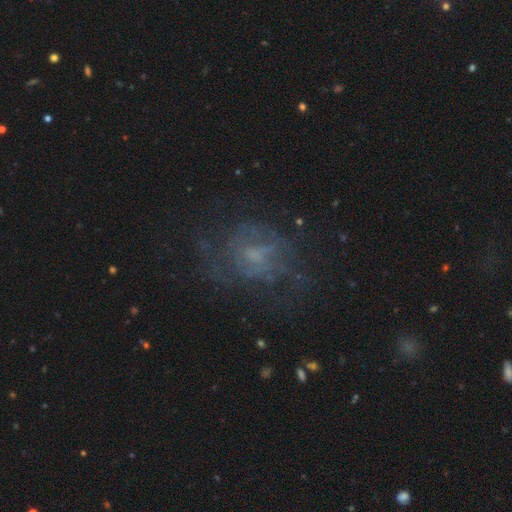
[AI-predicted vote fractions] A featured or disk galaxy (56%) with no bar (67%), spiral arms (52%) and a small central bulge (41%).

Vote fractions:
- Smooth or featured? featured or disk: 56% / smooth: 27% / star or artifact: 18%
- Edge-on disk? no: 97% / yes: 3%
- Bar? no: 67% / weak: 28% / strong: 4%
- Spiral arms? yes: 52% / no: 48%
- Bulge size? small: 41% / none: 28% / moderate: 27% / large: 3% / dominant: 1%
- Merging? none: 56% / major disturbance: 22% / minor disturbance: 19% / merger: 2%